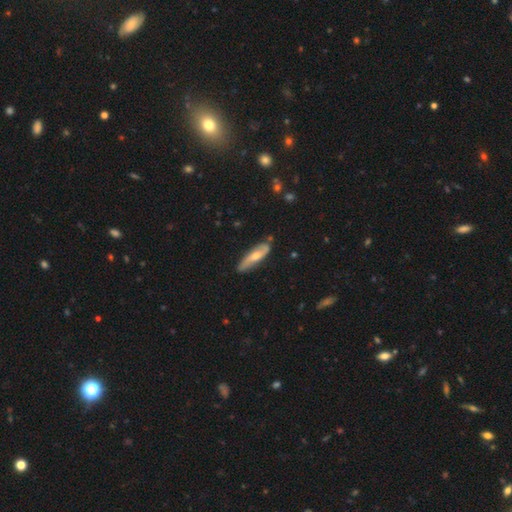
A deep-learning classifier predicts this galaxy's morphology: Overall: featured or disk (54%; smooth 41%). Edge-on disk: no (64%; yes 36%). Merging: none (76%).